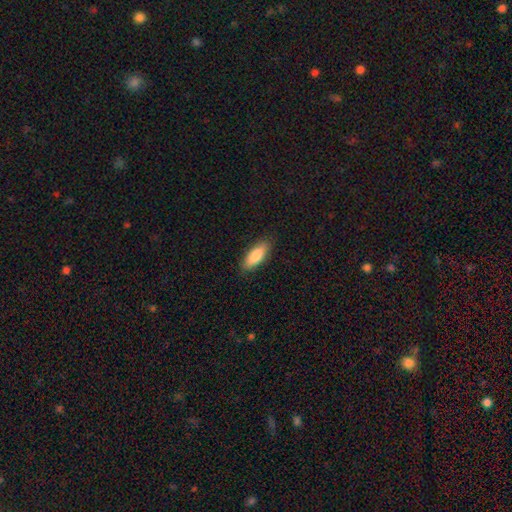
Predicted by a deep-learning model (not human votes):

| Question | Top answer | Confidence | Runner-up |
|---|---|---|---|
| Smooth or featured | smooth | 84% | featured or disk (11%) |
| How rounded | in between | 69% | cigar-shaped (29%) |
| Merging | none | 87% | minor disturbance (10%) |